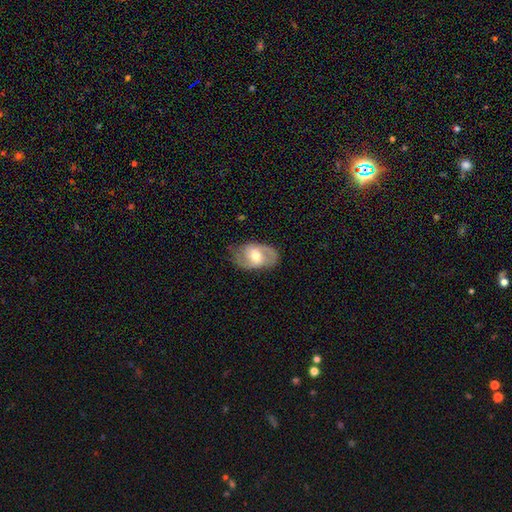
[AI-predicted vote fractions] Smooth or featured? featured or disk (64%)
Edge-on disk? no (94%)
Bar? weak (47%)
Spiral arms? yes (77%)
Bulge size? moderate (69%)
Merging? none (74%)